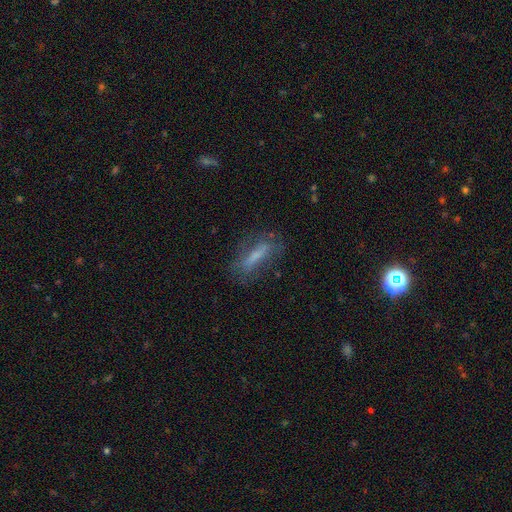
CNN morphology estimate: type=smooth (53%); roundness=cigar-shaped (71%); merging=none (70%).